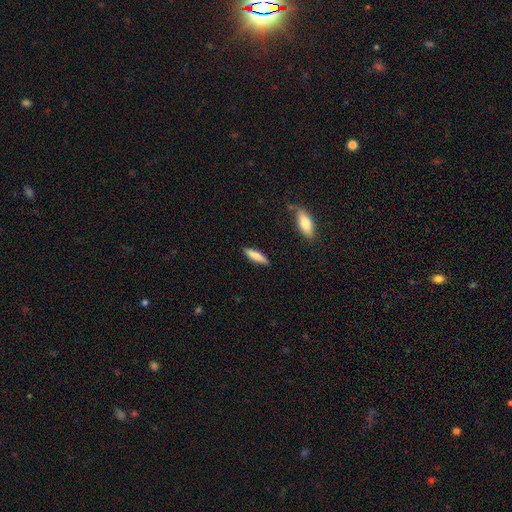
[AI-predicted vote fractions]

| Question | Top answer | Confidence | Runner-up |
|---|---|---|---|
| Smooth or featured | smooth | 79% | featured or disk (15%) |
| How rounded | cigar-shaped | 70% | in between (28%) |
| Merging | none | 87% | minor disturbance (9%) |